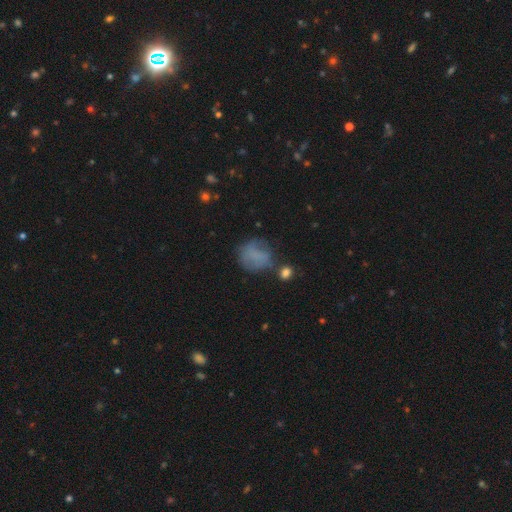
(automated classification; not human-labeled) This appears to be a smooth galaxy with no disk features (66%) that is round (69%). Merging: none (51%).